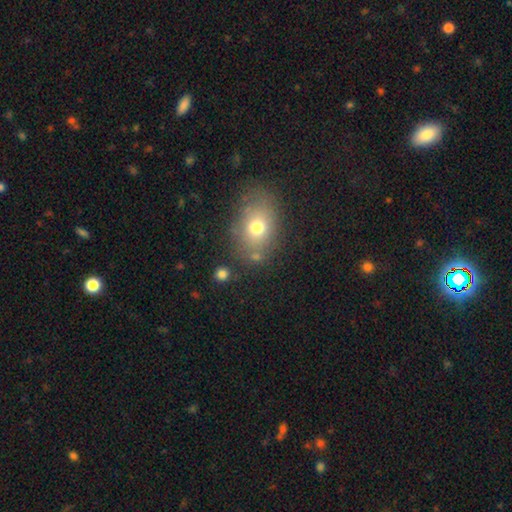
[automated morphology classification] Smooth or featured? Predicted: smooth (p=0.71). How rounded? Predicted: in between (p=0.68). Merging? Predicted: none (p=0.72).